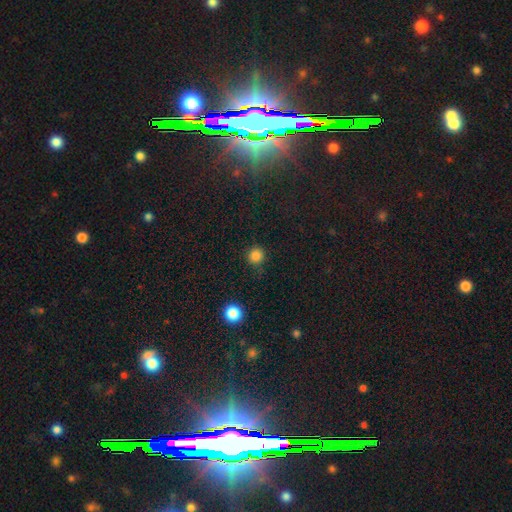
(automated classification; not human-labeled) Smooth or featured? smooth (83%)
How rounded? round (93%)
Merging? none (85%)